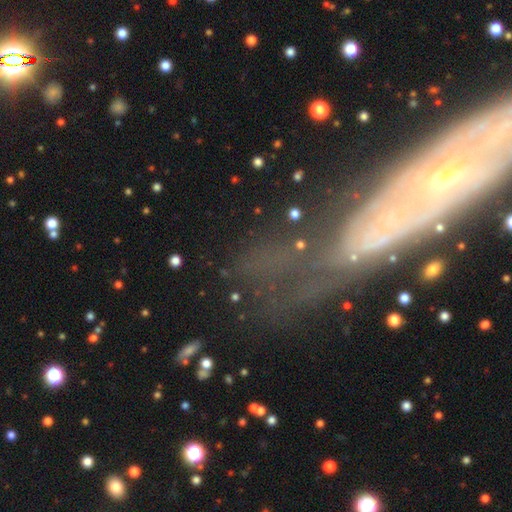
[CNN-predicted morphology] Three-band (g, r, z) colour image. It shows a featured or disk galaxy (61%). Merging: none (62%).